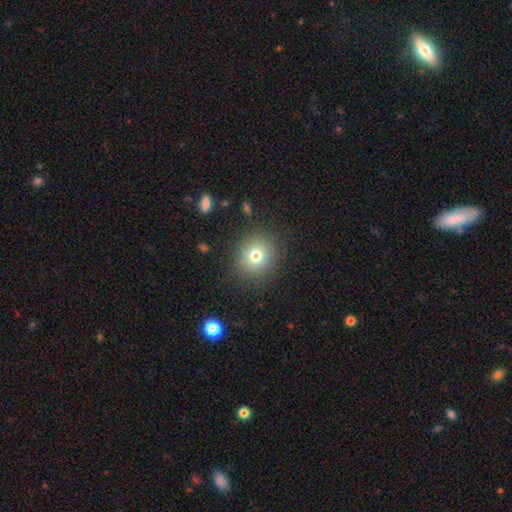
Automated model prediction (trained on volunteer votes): Smooth or featured: smooth — 75% (star or artifact — 14%)
How rounded: round — 84% (in between — 15%)
Merging: none — 86% (minor disturbance — 9%)